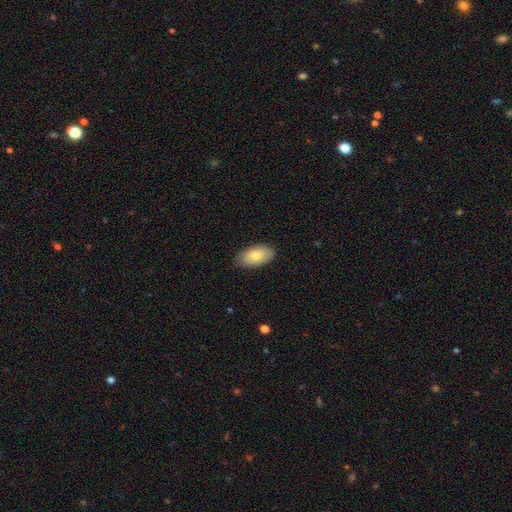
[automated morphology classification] Smooth or featured?
  - smooth: 76% *
  - featured or disk: 18%
  - star or artifact: 6%
How rounded?
  - in between: 94% *
  - round: 3%
  - cigar-shaped: 2%
Merging?
  - none: 83% *
  - minor disturbance: 14%
  - major disturbance: 2%
  - merger: 1%